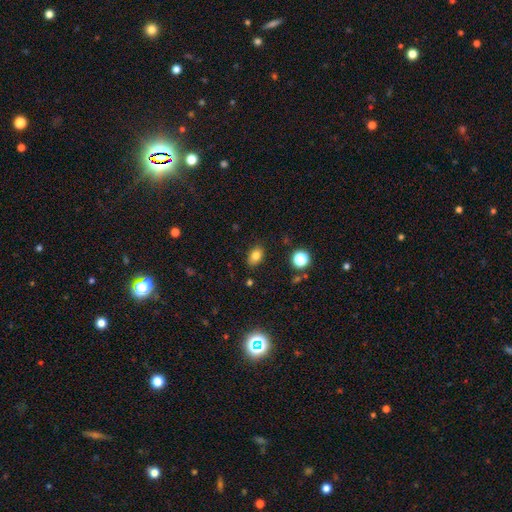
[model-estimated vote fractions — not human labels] Smooth or featured?
  - smooth: 80% *
  - star or artifact: 12%
  - featured or disk: 8%
How rounded?
  - in between: 82% *
  - round: 17%
  - cigar-shaped: 1%
Merging?
  - none: 85% *
  - minor disturbance: 11%
  - major disturbance: 3%
  - merger: 2%